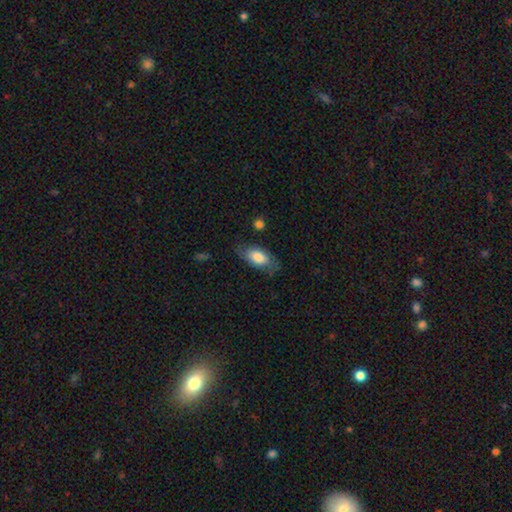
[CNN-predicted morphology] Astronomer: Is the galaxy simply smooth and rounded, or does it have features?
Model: smooth — 73%.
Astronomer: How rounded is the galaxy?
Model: in between — 88%.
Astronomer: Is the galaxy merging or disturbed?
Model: none — 70%.